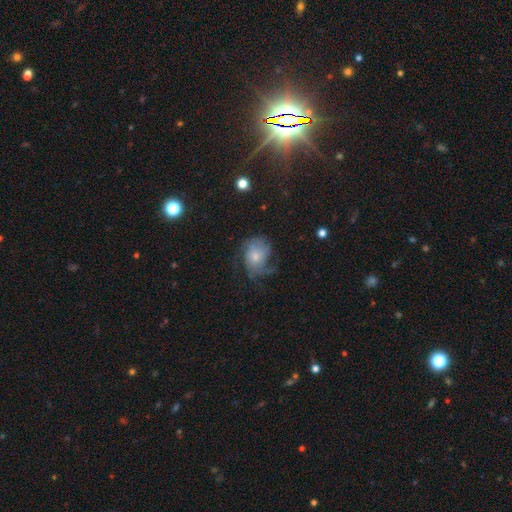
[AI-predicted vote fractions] Smooth or featured? featured or disk (60%)
Edge-on disk? no (97%)
Bar? no (78%)
Spiral arms? yes (83%)
Bulge size? small (50%)
Merging? none (43%)